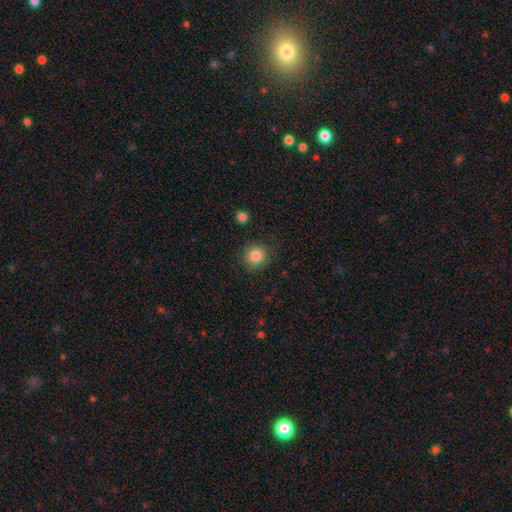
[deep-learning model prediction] A smooth galaxy with no disk features (84%) that is round (90%). Merging: none (86%).